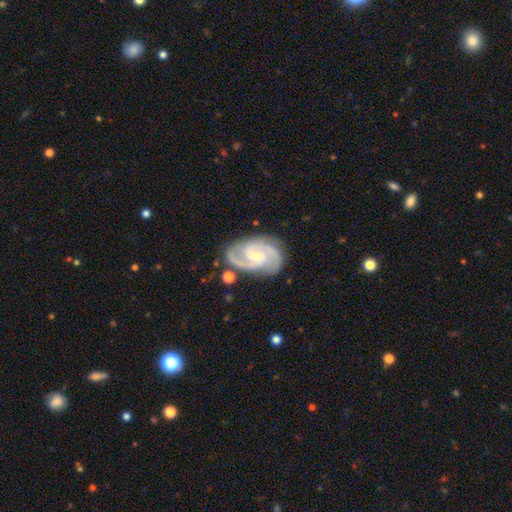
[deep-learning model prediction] Smooth or featured: featured or disk — 91% (smooth — 5%)
Edge-on disk: no — 97% (yes — 3%)
Bar: weak — 49% (no — 37%)
Spiral arms: yes — 98% (no — 2%)
Spiral winding: medium — 55% (tight — 36%)
Spiral arm count: 2 — 79% (3 — 13%)
Bulge size: small — 64% (moderate — 31%)
Merging: none — 78% (minor disturbance — 15%)